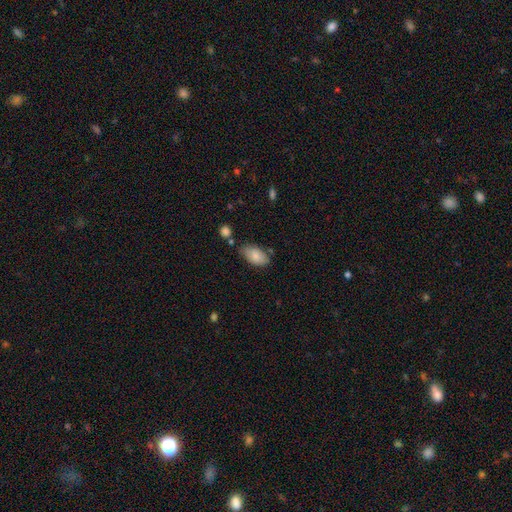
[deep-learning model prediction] Smooth or featured? smooth (82%)
How rounded? in between (94%)
Merging? none (61%)